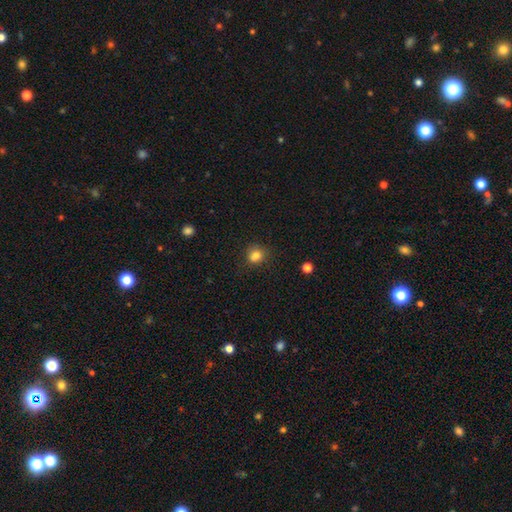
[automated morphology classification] Q: Smooth or featured?
A: smooth (80%); runner-up: star or artifact (13%)
Q: How rounded?
A: round (74%); runner-up: in between (25%)
Q: Merging?
A: none (67%); runner-up: minor disturbance (19%)